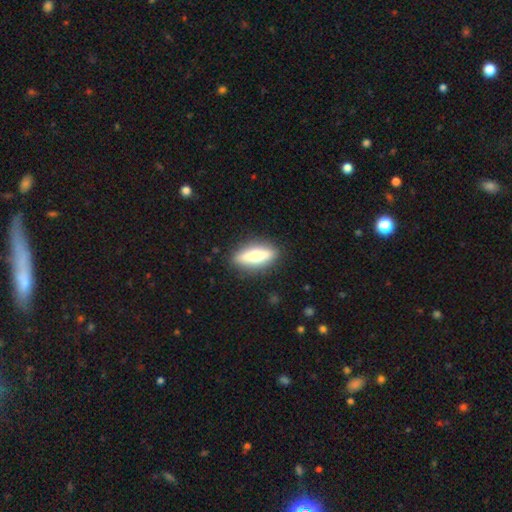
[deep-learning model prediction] Q: Smooth or featured?
A: smooth (49%); runner-up: featured or disk (45%)
Q: Merging?
A: none (89%); runner-up: minor disturbance (8%)